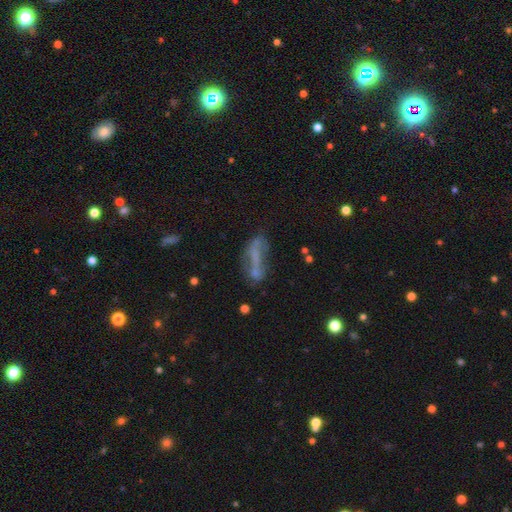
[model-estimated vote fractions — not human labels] The model was most divided on "smooth or featured": featured or disk: 43%, smooth: 41%, star or artifact: 16%. Remaining: merging — none (38%).